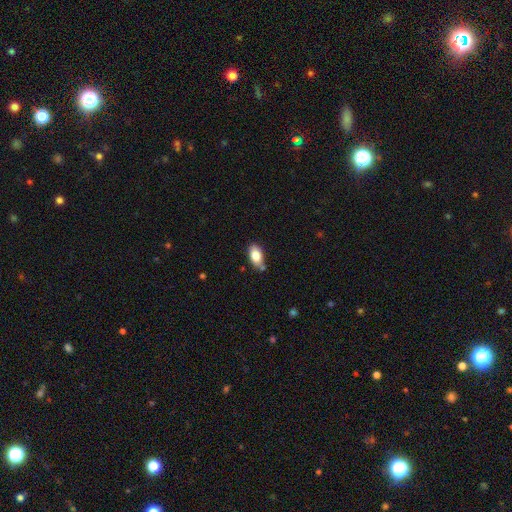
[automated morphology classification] This is clearly a smooth galaxy (84%). How rounded: clearly in between (91%). Merging: likely none (71%).